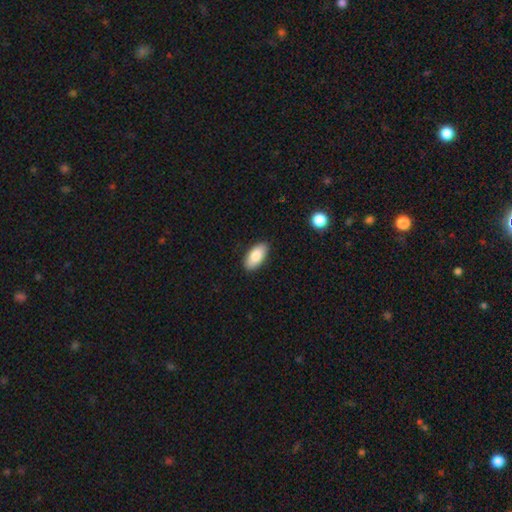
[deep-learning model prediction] smooth_or_featured: smooth (p=0.85) [alt: featured or disk p=0.09]
how_rounded: in between (p=0.93) [alt: cigar-shaped p=0.04]
merging: none (p=0.88) [alt: minor disturbance p=0.09]